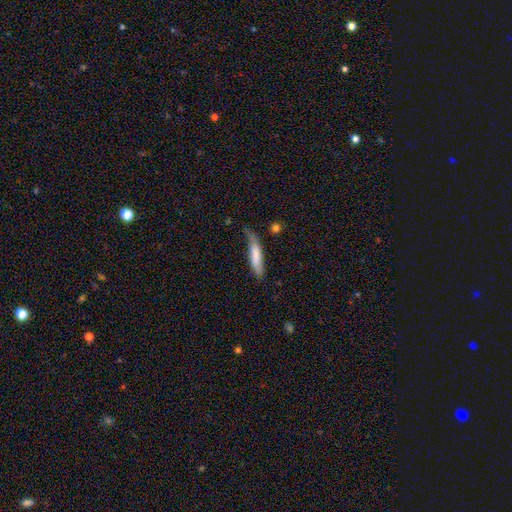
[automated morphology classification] smooth 73%, featured or disk 21%, star or artifact 6%. Down the decision tree: how rounded — cigar-shaped (76%); merging — none (45%).